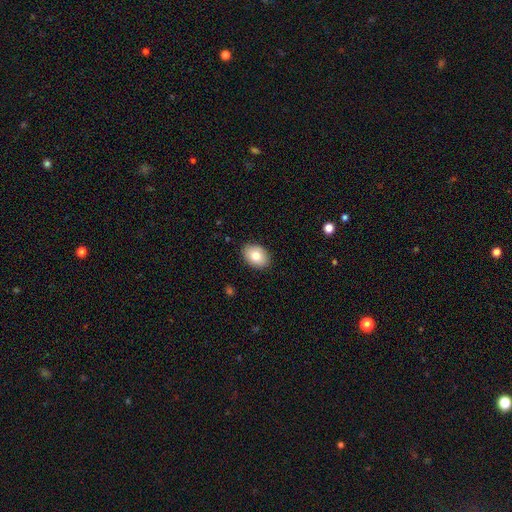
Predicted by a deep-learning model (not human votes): smooth_or_featured: smooth (p=0.80) [alt: featured or disk p=0.13]
how_rounded: in between (p=0.79) [alt: round p=0.20]
merging: none (p=0.88) [alt: minor disturbance p=0.09]